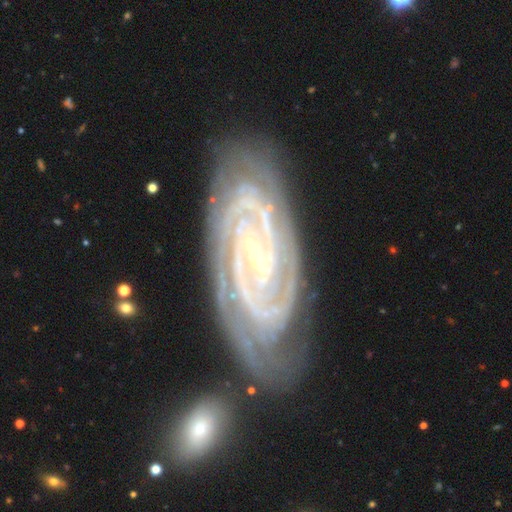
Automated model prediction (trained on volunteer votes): smooth_or_featured: featured or disk (p=0.92) [alt: star or artifact p=0.05]
disk_edge_on: no (p=0.96) [alt: yes p=0.04]
bar: strong (p=0.36) [alt: weak p=0.33]
has_spiral_arms: yes (p=0.99) [alt: no p=0.01]
spiral_winding: tight (p=0.76) [alt: medium p=0.21]
spiral_arm_count: 2 (p=0.36) [alt: 3 p=0.22]
bulge_size: small (p=0.86) [alt: moderate p=0.10]
merging: none (p=0.71) [alt: minor disturbance p=0.19]